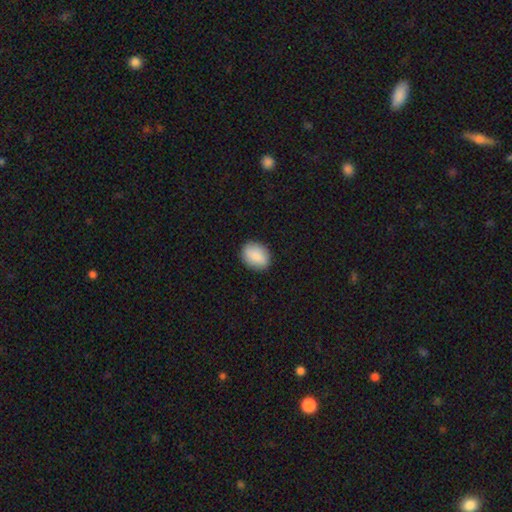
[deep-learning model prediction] Smooth or featured? Predicted: smooth (p=0.87). How rounded? Predicted: in between (p=0.66). Merging? Predicted: none (p=0.86).